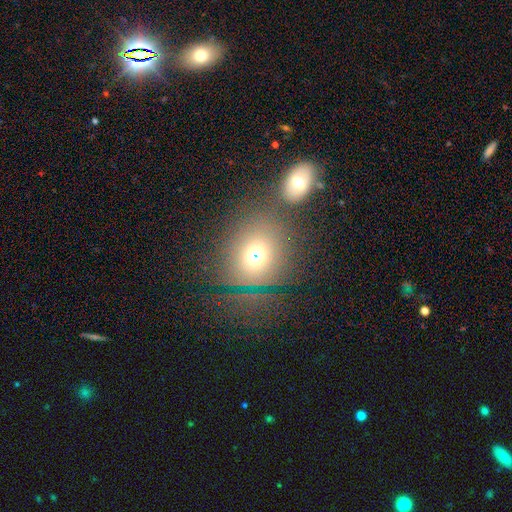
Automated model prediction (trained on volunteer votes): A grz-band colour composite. It shows a smooth galaxy with no disk features (64%) that is round (71%). Merging: none (57%).